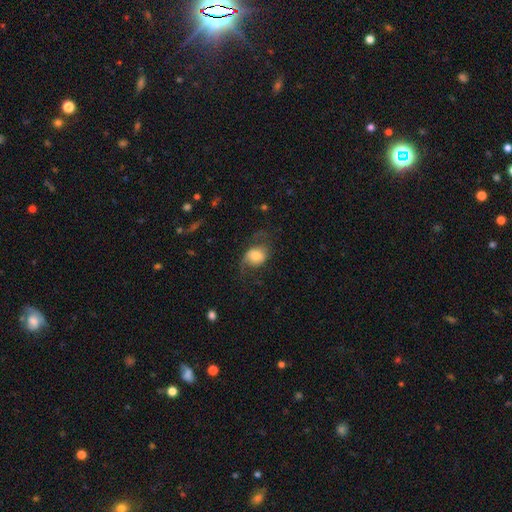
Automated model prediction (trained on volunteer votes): Smooth or featured: smooth — 48% (featured or disk — 43%)
Merging: none — 50% (major disturbance — 25%)